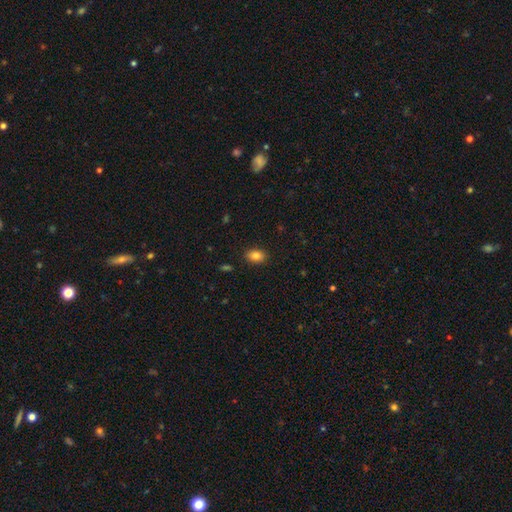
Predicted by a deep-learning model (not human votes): This appears to be a smooth galaxy with no disk features (84%) that is in between round and cigar-shaped (82%). Merging: none (88%).